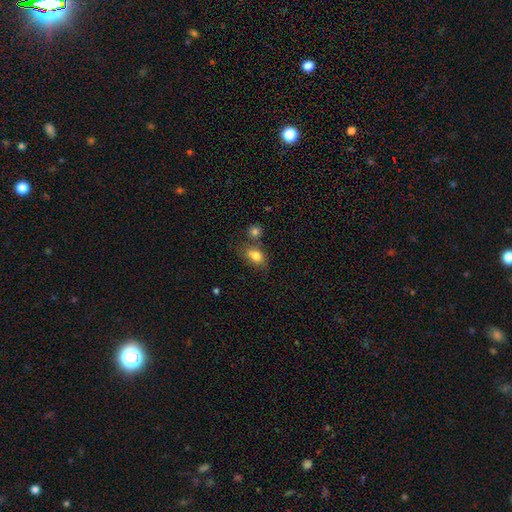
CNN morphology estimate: smooth-or-featured: smooth: 79% | featured or disk: 11% | star or artifact: 9%
  how-rounded: in between: 79% | round: 18% | cigar-shaped: 3%
  merging: none: 54% | merger: 21% | minor disturbance: 19% | major disturbance: 6%